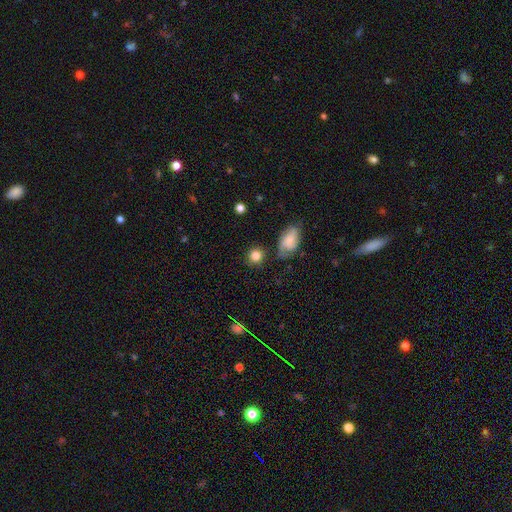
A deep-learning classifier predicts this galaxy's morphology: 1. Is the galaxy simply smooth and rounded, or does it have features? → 83% smooth, 10% star or artifact, 8% featured or disk.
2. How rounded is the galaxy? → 86% round, 13% in between, 1% cigar-shaped.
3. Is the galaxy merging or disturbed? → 78% none, 13% minor disturbance, 5% merger, 4% major disturbance.